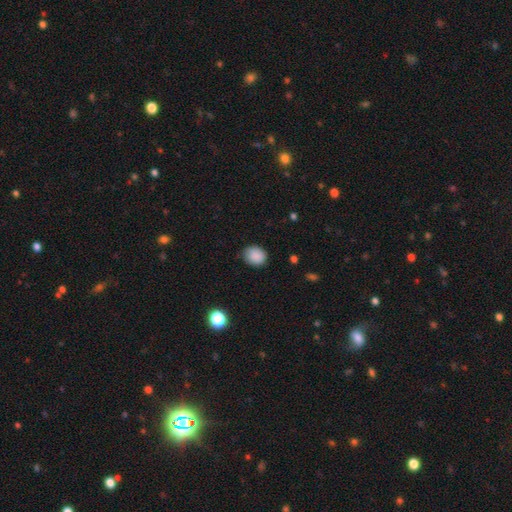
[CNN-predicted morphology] Smooth or featured: smooth — 88% (star or artifact — 8%)
How rounded: round — 63% (in between — 36%)
Merging: none — 79% (minor disturbance — 17%)